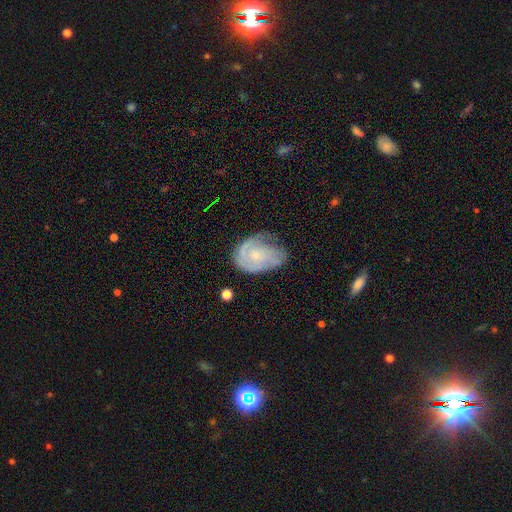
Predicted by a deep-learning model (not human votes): Q: Smooth or featured?
A: featured or disk (64%); runner-up: smooth (29%)
Q: Edge-on disk?
A: no (97%); runner-up: yes (3%)
Q: Bar?
A: no (77%); runner-up: weak (20%)
Q: Spiral arms?
A: yes (82%); runner-up: no (18%)
Q: Spiral winding?
A: tight (55%); runner-up: medium (32%)
Q: Spiral arm count?
A: can't tell (39%); runner-up: 2 (26%)
Q: Bulge size?
A: small (71%); runner-up: moderate (22%)
Q: Merging?
A: none (49%); runner-up: minor disturbance (32%)